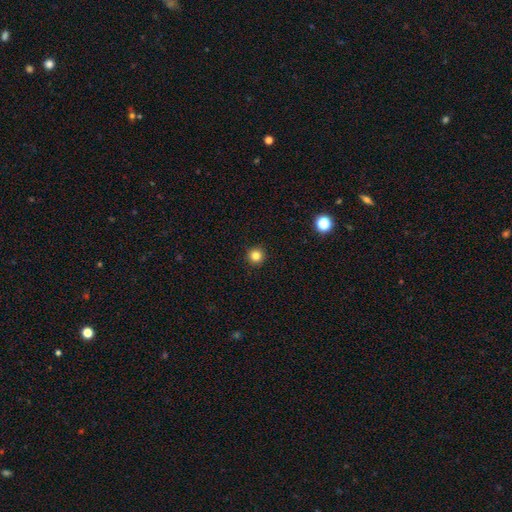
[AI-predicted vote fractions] smooth 83%, star or artifact 12%, featured or disk 5%. Down the decision tree: how rounded — round (96%); merging — none (93%).